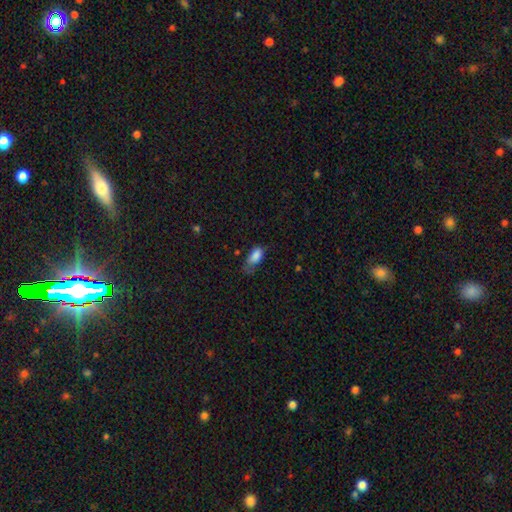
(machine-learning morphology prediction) The model was most divided on "merging": minor disturbance: 37%, none: 32%, major disturbance: 28%, merger: 3%. More confident: how rounded — in between (89%); smooth or featured — smooth (83%).